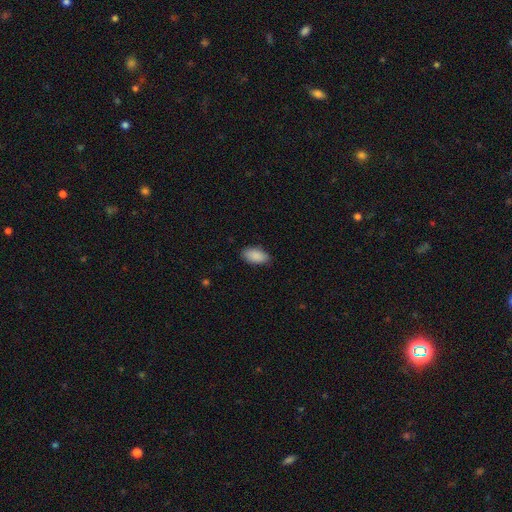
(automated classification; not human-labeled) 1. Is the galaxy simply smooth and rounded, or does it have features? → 90% smooth, 6% star or artifact, 4% featured or disk.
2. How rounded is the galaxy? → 94% in between, 3% cigar-shaped, 3% round.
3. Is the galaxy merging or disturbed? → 86% none, 11% minor disturbance, 2% major disturbance, 1% merger.